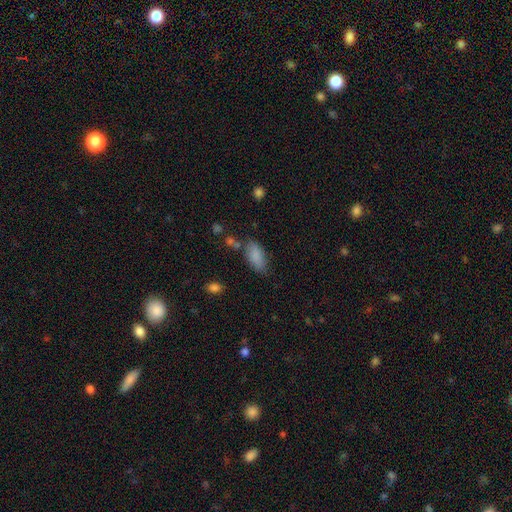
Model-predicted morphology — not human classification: Overall: smooth (86%). How rounded: in between (89%). Merging: none (72%).